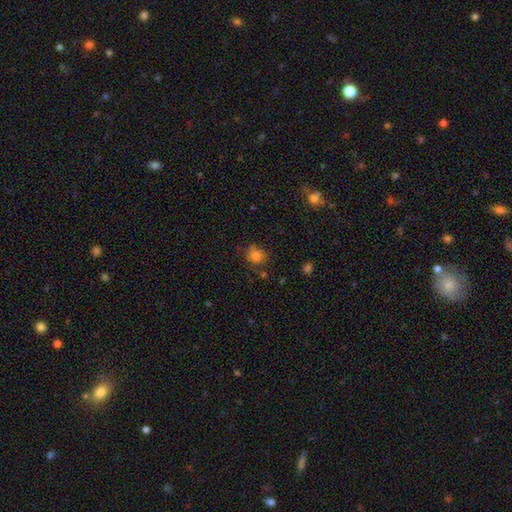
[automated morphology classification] type=smooth (81%); roundness=round (74%); merging=none (72%).